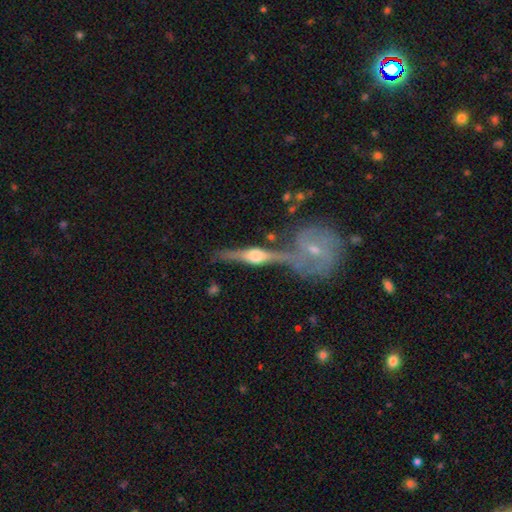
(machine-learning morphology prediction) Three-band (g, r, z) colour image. It shows a featured or disk galaxy (83%) viewed edge-on (94%) with a rounded central bulge (92%). Merging: none (61%).